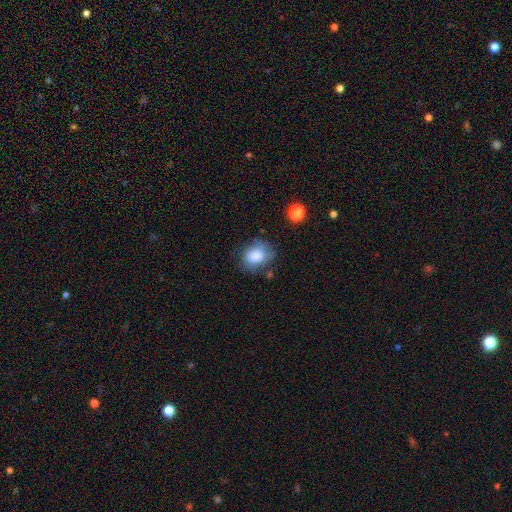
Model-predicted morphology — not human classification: type=smooth (80%); roundness=in between (53%); merging=none (58%).